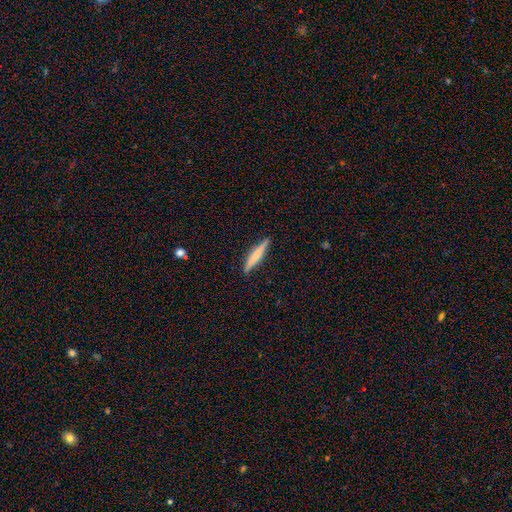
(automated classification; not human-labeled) Smooth or featured? smooth (58%)
How rounded? cigar-shaped (91%)
Merging? none (87%)